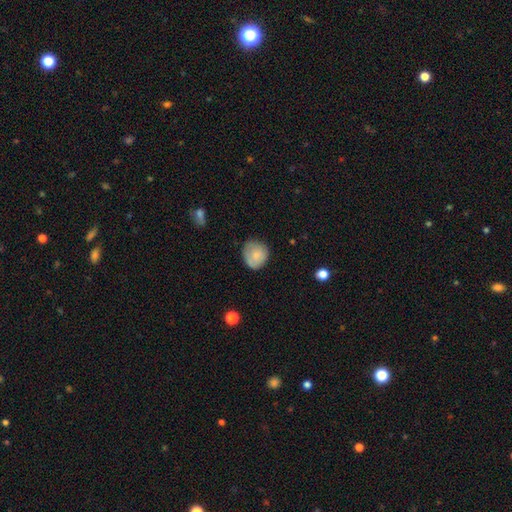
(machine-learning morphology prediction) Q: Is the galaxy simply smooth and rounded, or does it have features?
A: smooth — 78%.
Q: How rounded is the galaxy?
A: round — 79%.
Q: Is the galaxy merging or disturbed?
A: none — 68%.